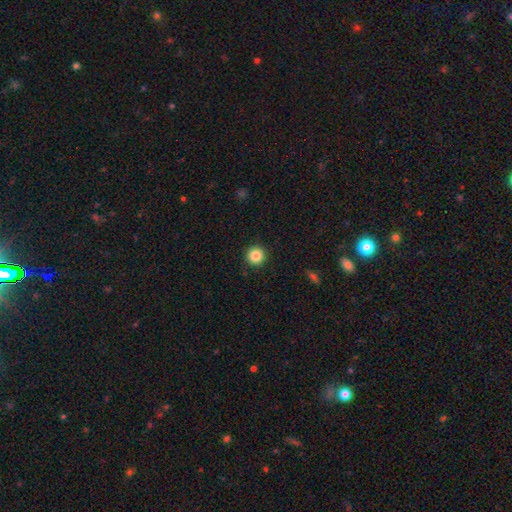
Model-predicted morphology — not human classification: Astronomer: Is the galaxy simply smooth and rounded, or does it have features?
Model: smooth — 86%.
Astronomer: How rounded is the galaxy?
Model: round — 96%.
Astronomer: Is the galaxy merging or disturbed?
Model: none — 93%.